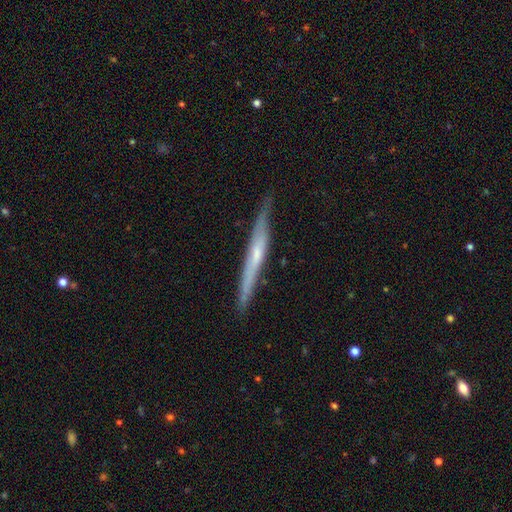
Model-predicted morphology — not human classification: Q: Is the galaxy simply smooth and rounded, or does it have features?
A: featured or disk — 64%.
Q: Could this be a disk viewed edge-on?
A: yes — 94%.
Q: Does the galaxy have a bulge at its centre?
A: none — 55%.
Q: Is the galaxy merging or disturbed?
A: none — 81%.